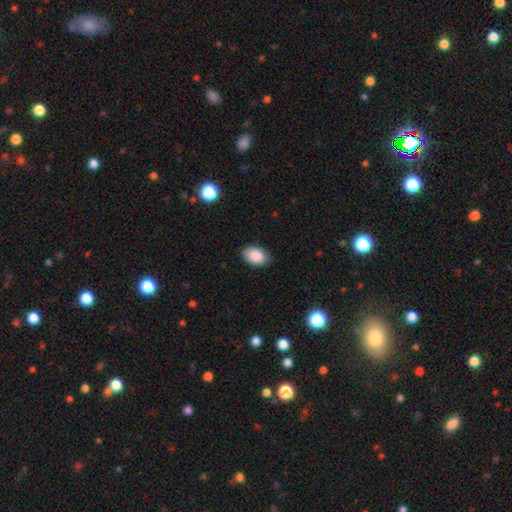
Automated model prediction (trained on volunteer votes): A smooth galaxy with no disk features (89%) that is in between round and cigar-shaped (89%).

Vote fractions:
- Smooth or featured? smooth: 89% / star or artifact: 7% / featured or disk: 4%
- How rounded? in between: 89% / round: 10% / cigar-shaped: 1%
- Merging? none: 84% / minor disturbance: 13% / major disturbance: 2% / merger: 1%